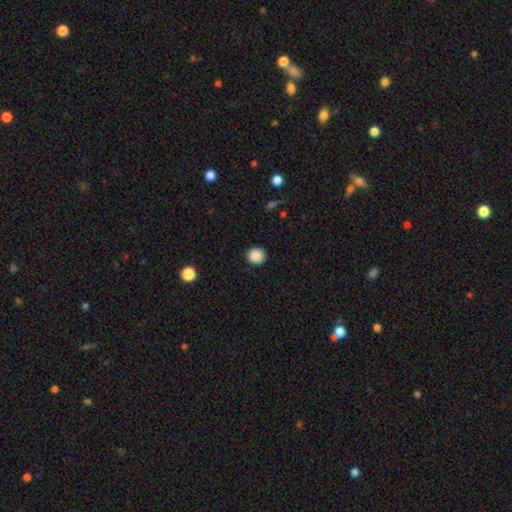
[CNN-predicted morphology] The model was most divided on "smooth or featured": smooth: 88%, star or artifact: 9%, featured or disk: 3%. More confident: how rounded — round (91%); merging — none (91%).